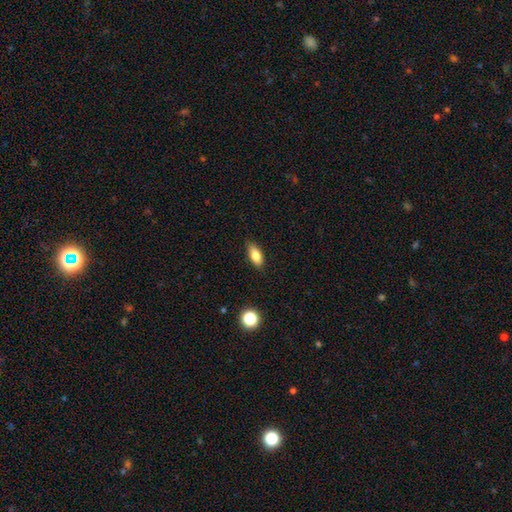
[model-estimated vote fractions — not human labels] Smooth or featured?
  - smooth: 81% *
  - featured or disk: 10%
  - star or artifact: 8%
How rounded?
  - in between: 83% *
  - cigar-shaped: 13%
  - round: 4%
Merging?
  - none: 86% *
  - minor disturbance: 10%
  - major disturbance: 2%
  - merger: 1%